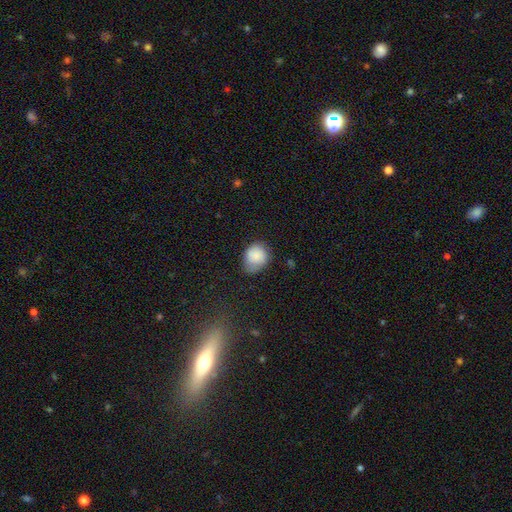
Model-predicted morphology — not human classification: Overall: smooth (84%). How rounded: in between (50%; round 49%). Merging: none (57%; minor disturbance 32%).